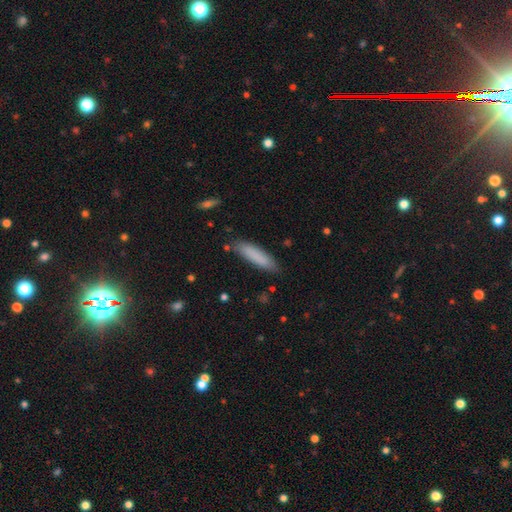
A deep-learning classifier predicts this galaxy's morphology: A smooth galaxy with no disk features (84%) that is cigar-shaped (74%).

Vote fractions:
- Smooth or featured? smooth: 84% / featured or disk: 9% / star or artifact: 6%
- How rounded? cigar-shaped: 74% / in between: 25% / round: 1%
- Merging? none: 83% / minor disturbance: 13% / major disturbance: 3% / merger: 2%